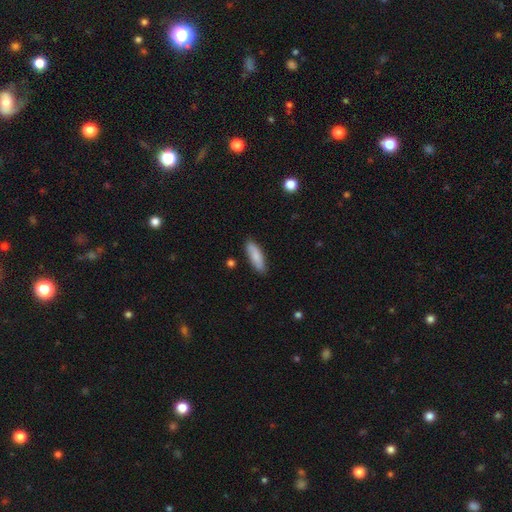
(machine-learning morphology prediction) This is clearly a smooth galaxy (83%). How rounded: possibly in between (50%). Merging: clearly none (85%).